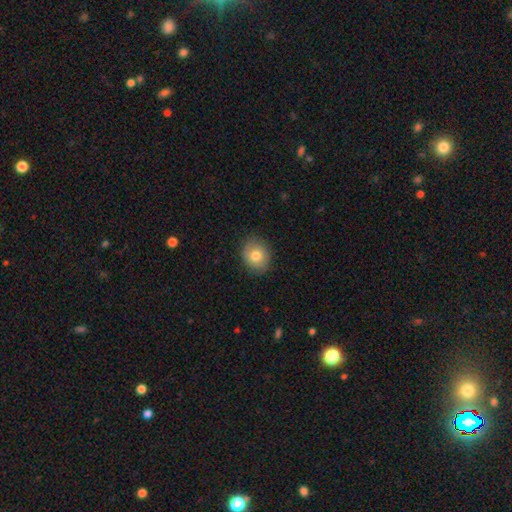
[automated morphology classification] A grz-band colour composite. It shows a smooth galaxy with no disk features (76%) that is round (63%). Merging: none (85%).